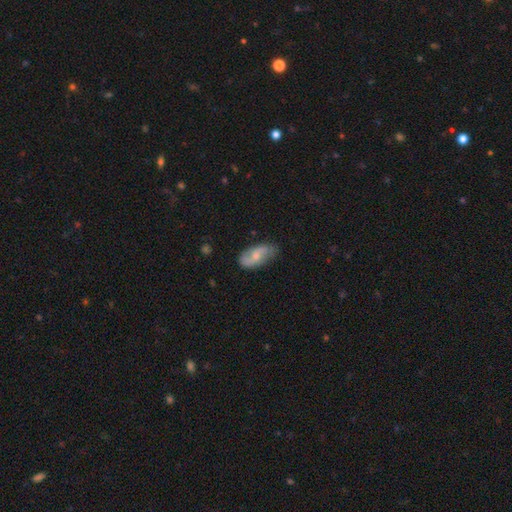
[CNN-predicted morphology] A featured or disk galaxy (55%) with no bar (55%), spiral arms (86%) and a small central bulge (51%). Merging: none (73%).